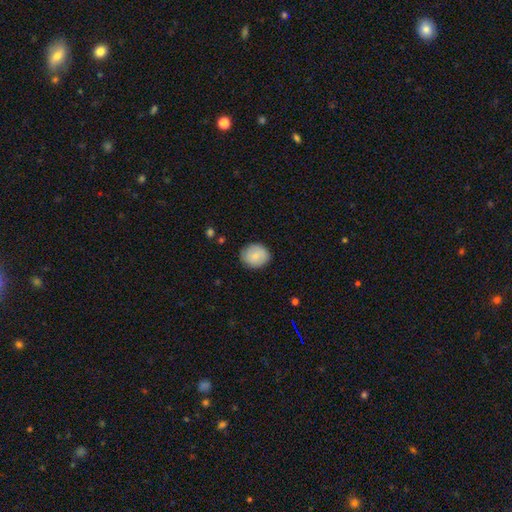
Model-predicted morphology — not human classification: A smooth galaxy with no disk features (82%) that is round (71%). Merging: none (85%).